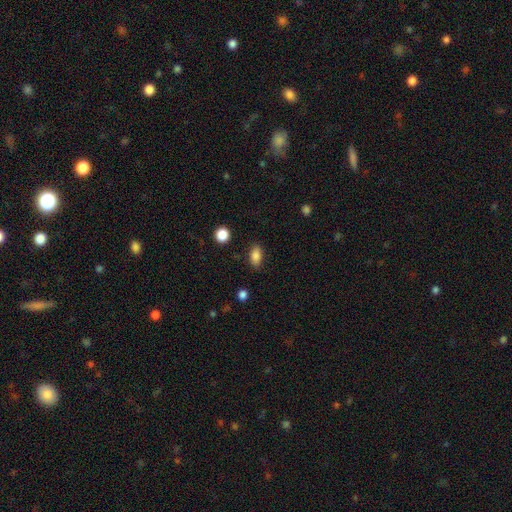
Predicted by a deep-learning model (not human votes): smooth-or-featured: smooth: 85% | star or artifact: 9% | featured or disk: 6%
  how-rounded: in between: 87% | round: 8% | cigar-shaped: 5%
  merging: none: 85% | minor disturbance: 11% | major disturbance: 3% | merger: 1%